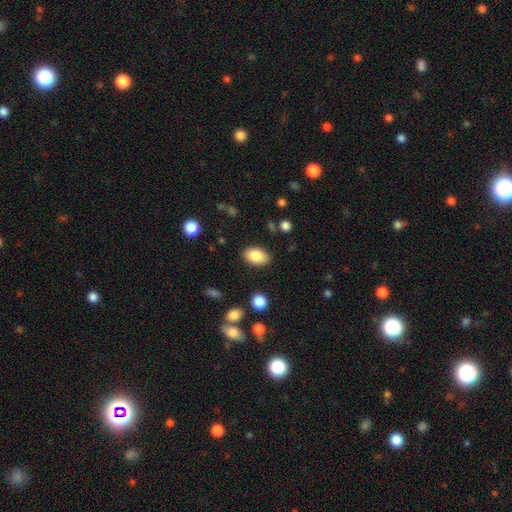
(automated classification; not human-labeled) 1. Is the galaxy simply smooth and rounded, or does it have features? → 85% smooth, 8% featured or disk, 8% star or artifact.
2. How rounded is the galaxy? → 89% in between, 10% round, 1% cigar-shaped.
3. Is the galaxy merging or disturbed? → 85% none, 10% minor disturbance, 3% major disturbance, 2% merger.